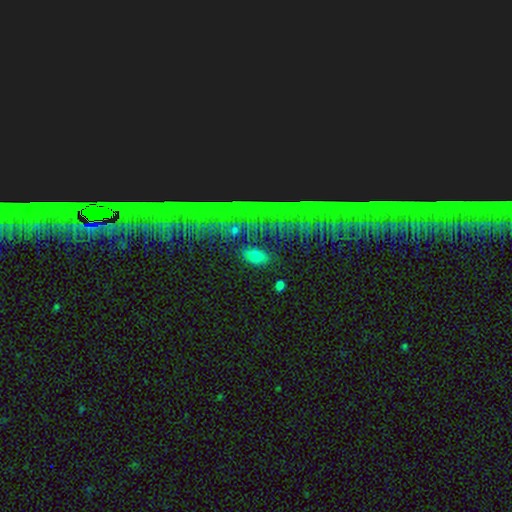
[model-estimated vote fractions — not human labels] smooth-or-featured: smooth: 71% | star or artifact: 18% | featured or disk: 11%
  how-rounded: in between: 86% | round: 9% | cigar-shaped: 5%
  merging: none: 79% | minor disturbance: 12% | major disturbance: 5% | merger: 4%